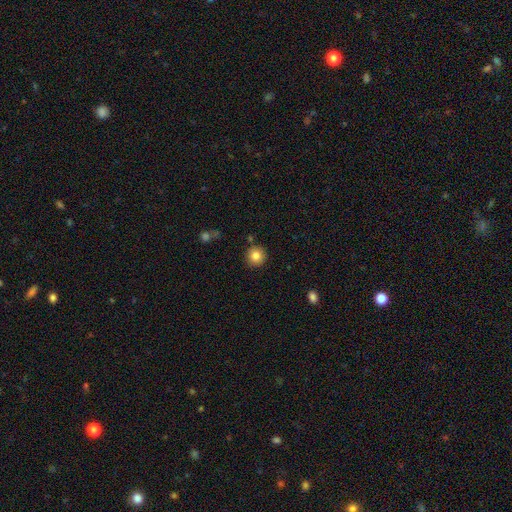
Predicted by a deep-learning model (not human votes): Smooth or featured: smooth — 84% (star or artifact — 10%)
How rounded: round — 94% (in between — 5%)
Merging: none — 88% (minor disturbance — 7%)